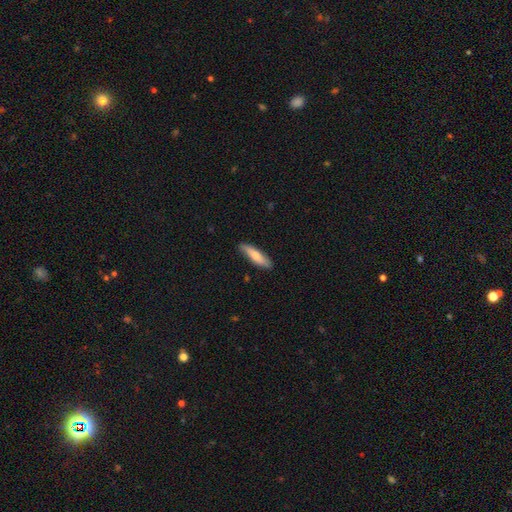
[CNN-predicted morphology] A smooth galaxy with no disk features (70%) that is cigar-shaped (73%). Merging: none (82%).